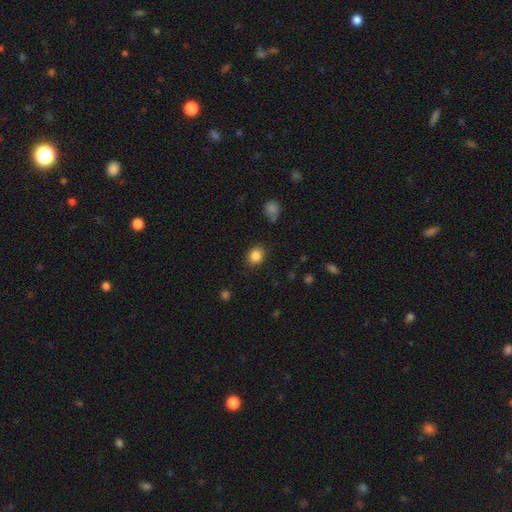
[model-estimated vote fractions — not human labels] Smooth or featured? smooth (85%)
How rounded? round (61%)
Merging? none (84%)